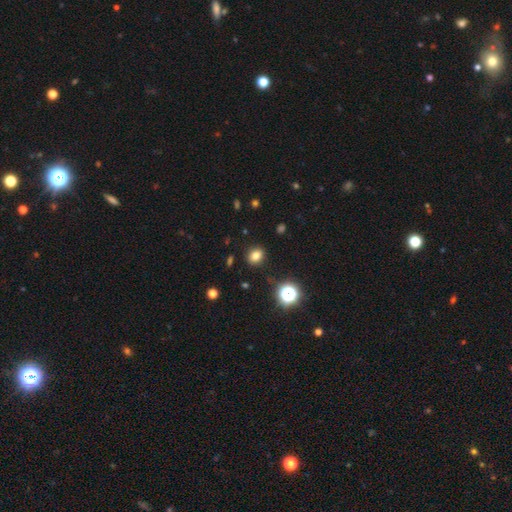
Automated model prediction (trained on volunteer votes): smooth 79%, star or artifact 15%, featured or disk 6%. Down the decision tree: how rounded — round (60%); merging — none (89%).